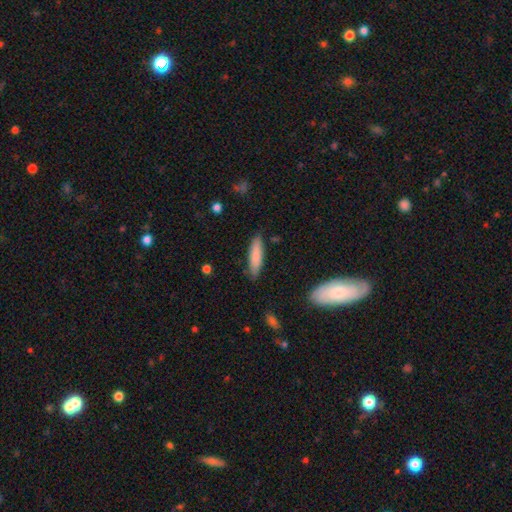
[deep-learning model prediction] smooth 82%, featured or disk 13%, star or artifact 6%. Down the decision tree: how rounded — cigar-shaped (69%); merging — none (84%).